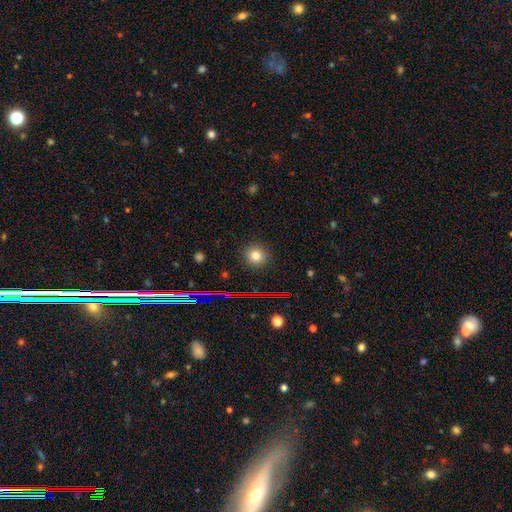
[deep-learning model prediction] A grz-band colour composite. It shows a smooth galaxy with no disk features (77%) that is round (91%). Merging: none (90%).